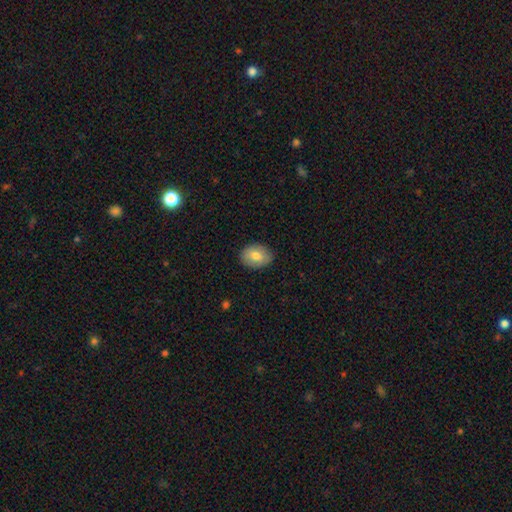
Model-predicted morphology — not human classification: A smooth galaxy with no disk features (77%) that is in between round and cigar-shaped (68%).

Vote fractions:
- Smooth or featured? smooth: 77% / featured or disk: 16% / star or artifact: 7%
- How rounded? in between: 68% / round: 31% / cigar-shaped: 1%
- Merging? none: 86% / minor disturbance: 10% / major disturbance: 2% / merger: 1%